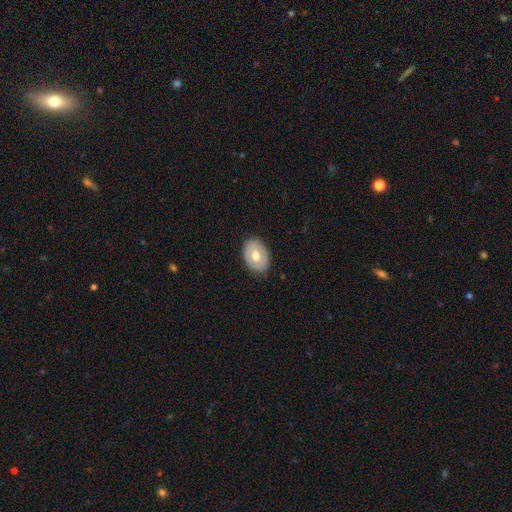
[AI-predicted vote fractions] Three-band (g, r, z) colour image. It shows a smooth galaxy with no disk features (62%) that is in between round and cigar-shaped (80%). Merging: none (85%).